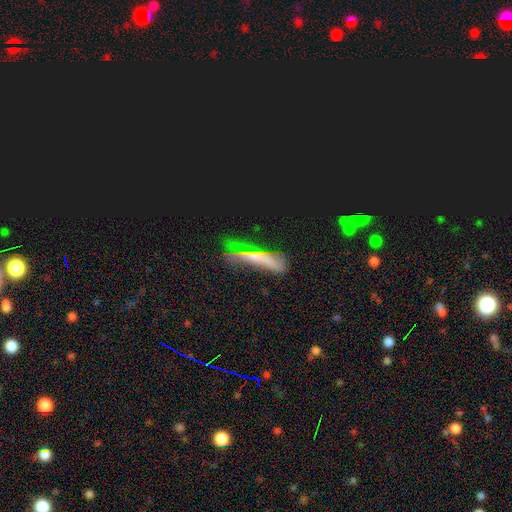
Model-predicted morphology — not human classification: This is marginally a featured or disk galaxy (39%). Merging: marginally none (42%).